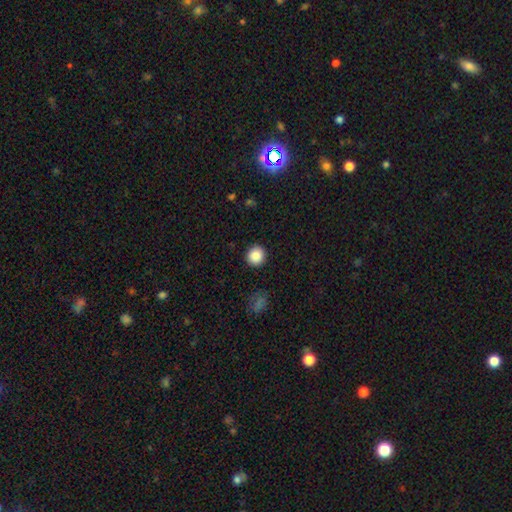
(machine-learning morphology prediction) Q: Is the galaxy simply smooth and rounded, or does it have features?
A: smooth — 87%.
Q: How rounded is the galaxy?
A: round — 93%.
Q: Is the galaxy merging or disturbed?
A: none — 92%.